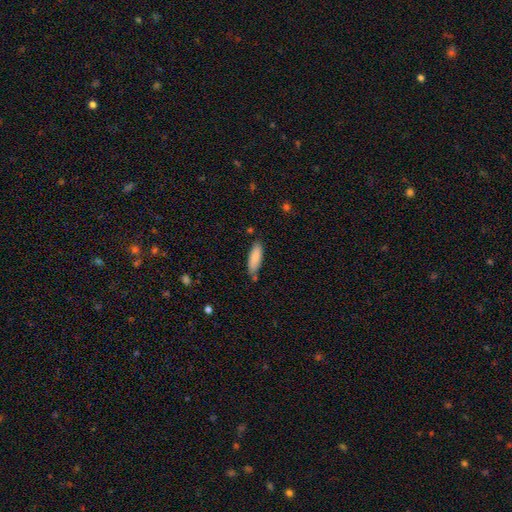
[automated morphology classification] This is clearly a smooth galaxy (85%). How rounded: possibly in between (50%). Merging: likely none (74%).